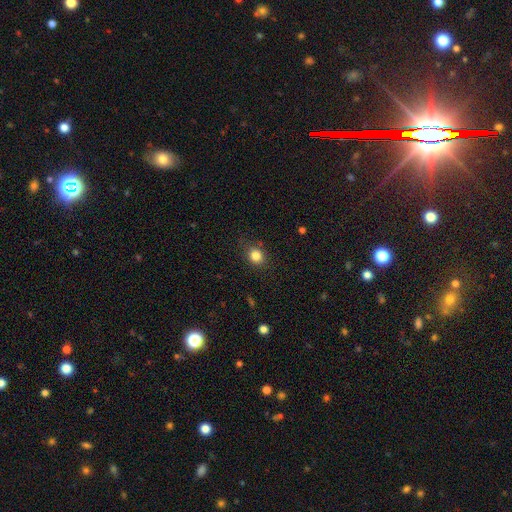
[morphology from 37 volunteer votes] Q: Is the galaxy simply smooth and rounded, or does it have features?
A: smooth — 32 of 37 (86%).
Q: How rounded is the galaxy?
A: round — 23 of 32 (72%).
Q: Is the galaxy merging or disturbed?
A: none — 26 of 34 (76%).